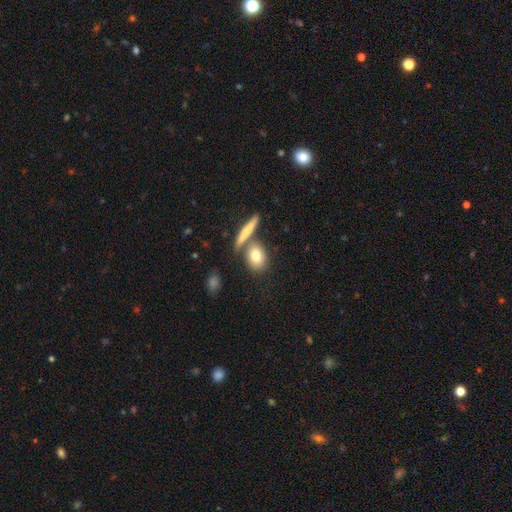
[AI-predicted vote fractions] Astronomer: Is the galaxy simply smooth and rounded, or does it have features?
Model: smooth — 77%.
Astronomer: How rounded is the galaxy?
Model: in between — 60%.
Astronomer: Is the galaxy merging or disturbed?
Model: none — 58%.